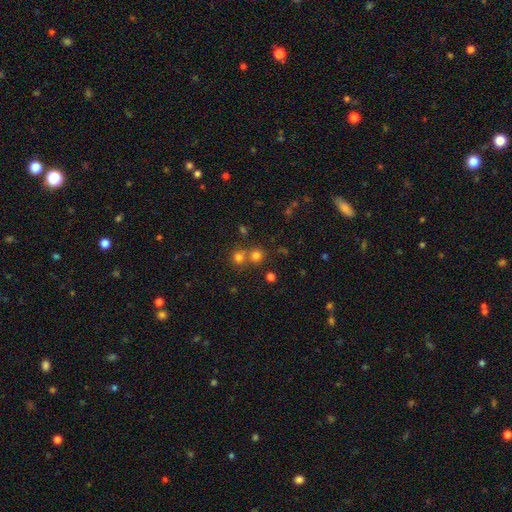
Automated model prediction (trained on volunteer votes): This is likely a smooth galaxy (70%). How rounded: clearly round (90%). Merging: possibly none (58%).